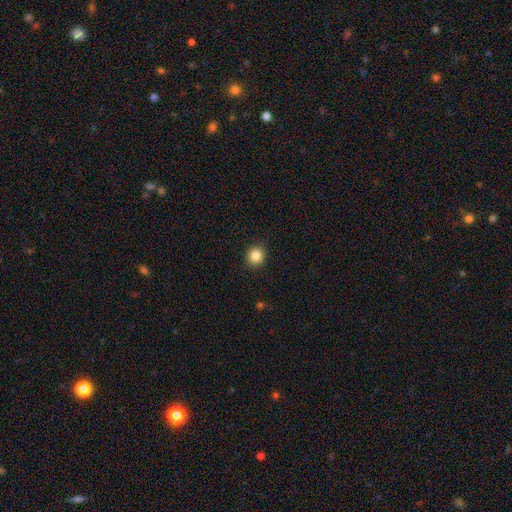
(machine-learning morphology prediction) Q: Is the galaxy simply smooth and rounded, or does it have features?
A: smooth — 85%.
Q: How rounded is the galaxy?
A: round — 88%.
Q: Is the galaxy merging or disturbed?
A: none — 90%.